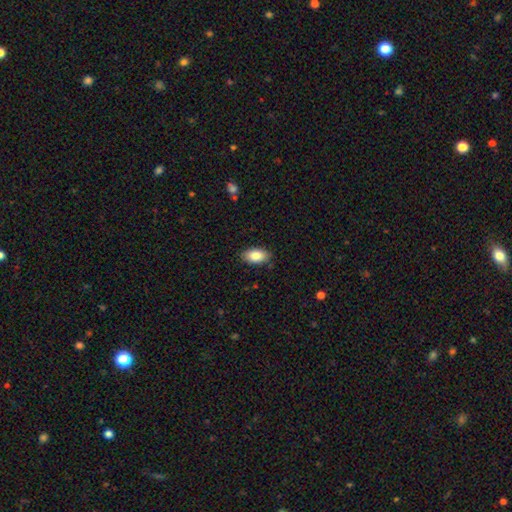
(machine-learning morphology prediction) smooth 86%, featured or disk 7%, star or artifact 7%. Down the decision tree: how rounded — in between (94%); merging — none (86%).